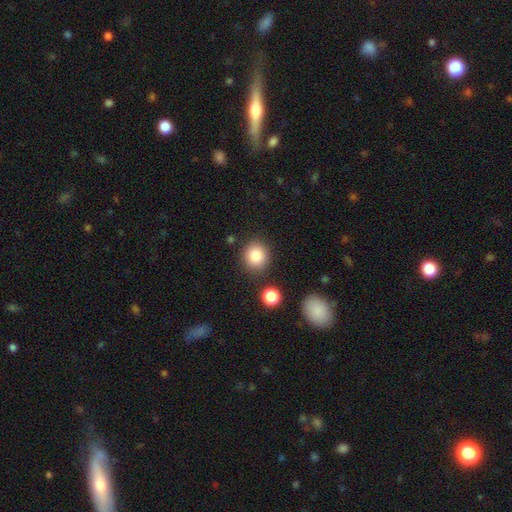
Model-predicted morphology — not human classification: This appears to be a smooth galaxy with no disk features (83%) that is round (83%). Merging: none (85%).